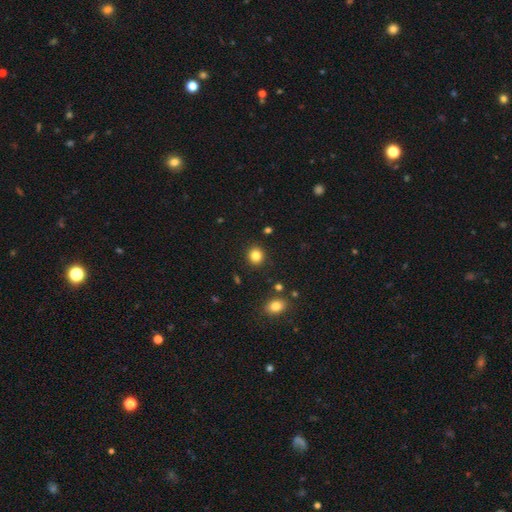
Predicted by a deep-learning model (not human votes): smooth-or-featured: smooth: 84% | star or artifact: 11% | featured or disk: 5%
  how-rounded: round: 83% | in between: 16% | cigar-shaped: 1%
  merging: none: 90% | minor disturbance: 6% | major disturbance: 2% | merger: 2%